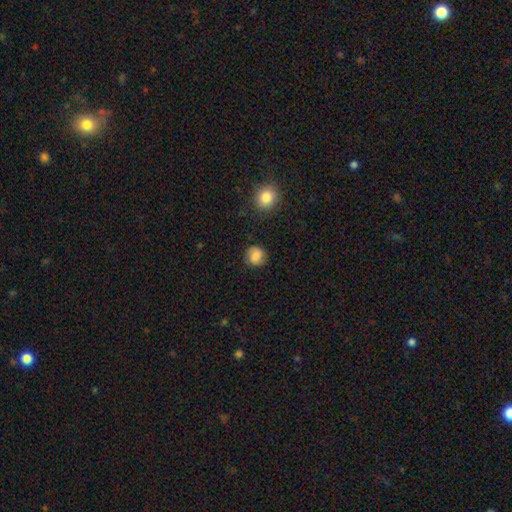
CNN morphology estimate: Smooth or featured? Predicted: smooth (p=0.71). How rounded? Predicted: round (p=0.85). Merging? Predicted: none (p=0.82).